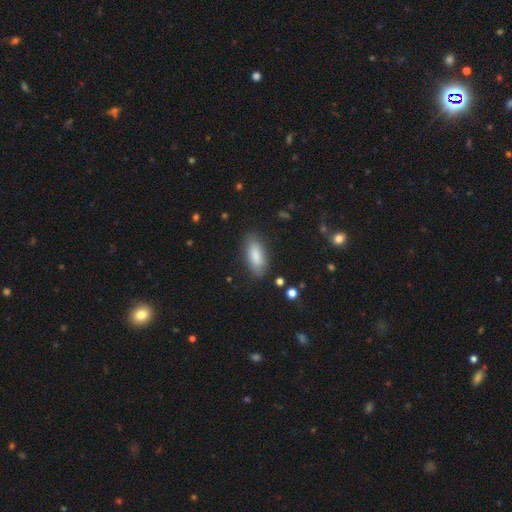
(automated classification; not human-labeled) smooth 85%, featured or disk 9%, star or artifact 6%. Down the decision tree: how rounded — in between (79%); merging — none (83%).